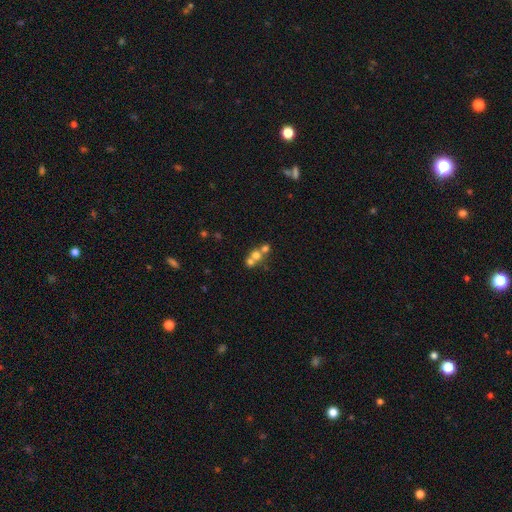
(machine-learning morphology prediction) Smooth or featured? Predicted: smooth (p=0.58). How rounded? Predicted: round (p=0.81). Merging? Predicted: merger (p=0.59).